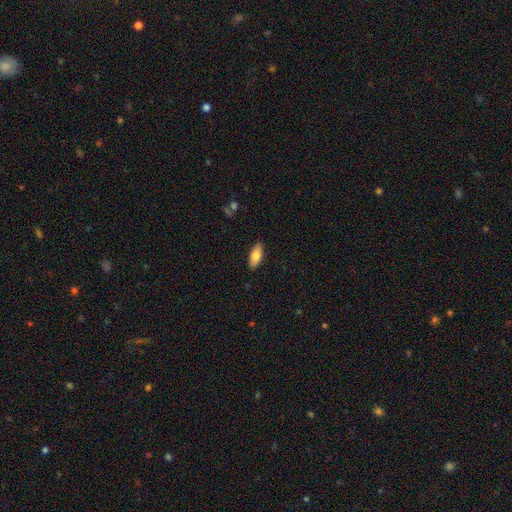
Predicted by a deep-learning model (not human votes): Smooth or featured? Predicted: smooth (p=0.80). How rounded? Predicted: in between (p=0.80). Merging? Predicted: none (p=0.88).